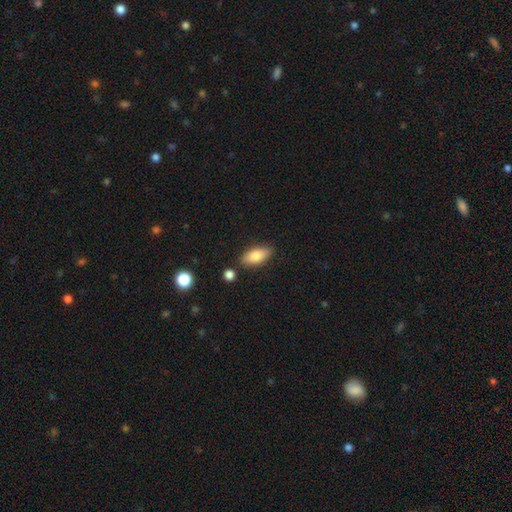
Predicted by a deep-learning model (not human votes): Smooth or featured: smooth — 82% (featured or disk — 11%)
How rounded: in between — 87% (cigar-shaped — 10%)
Merging: none — 81% (minor disturbance — 12%)